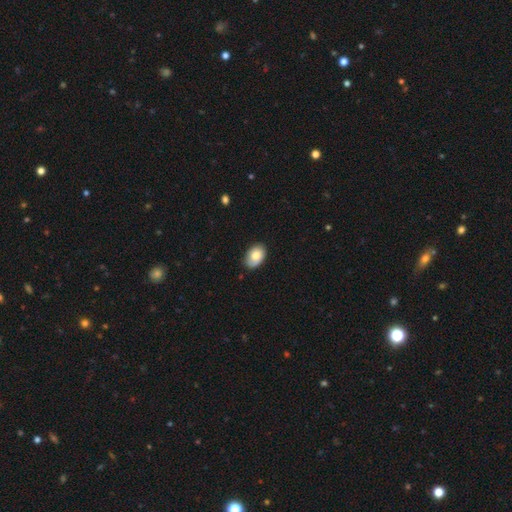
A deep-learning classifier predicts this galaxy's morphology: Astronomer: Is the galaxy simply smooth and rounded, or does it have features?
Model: smooth — 75%.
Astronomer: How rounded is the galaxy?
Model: in between — 85%.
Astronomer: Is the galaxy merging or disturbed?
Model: none — 77%.